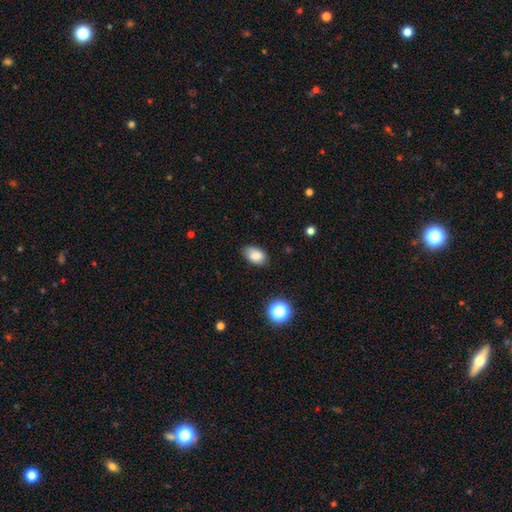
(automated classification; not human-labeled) Smooth or featured: smooth — 83% (star or artifact — 9%)
How rounded: in between — 89% (round — 10%)
Merging: none — 78% (minor disturbance — 18%)